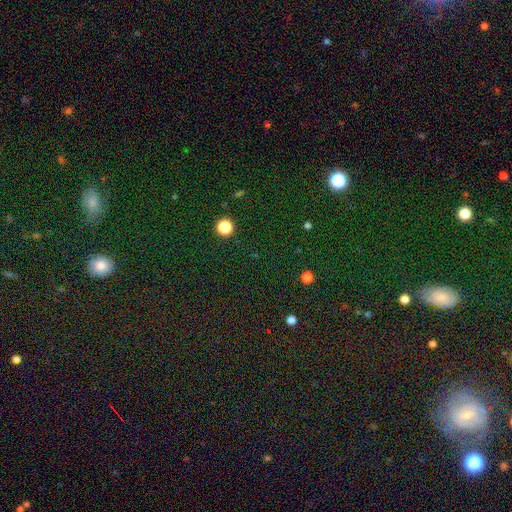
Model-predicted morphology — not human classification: The model was most divided on "smooth or featured": star or artifact: 68%, smooth: 23%, featured or disk: 9%.